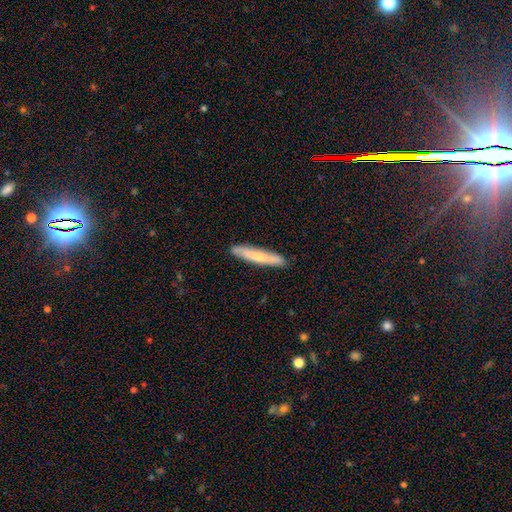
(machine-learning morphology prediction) This appears to be a smooth galaxy with no disk features (56%) that is cigar-shaped (91%). Merging: none (88%).